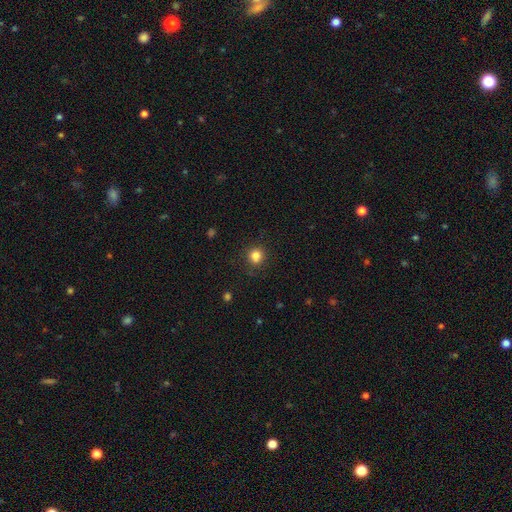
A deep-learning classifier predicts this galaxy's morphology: Smooth or featured?
  - smooth: 83% *
  - star or artifact: 13%
  - featured or disk: 5%
How rounded?
  - round: 86% *
  - in between: 13%
  - cigar-shaped: 1%
Merging?
  - none: 82% *
  - minor disturbance: 12%
  - major disturbance: 4%
  - merger: 2%